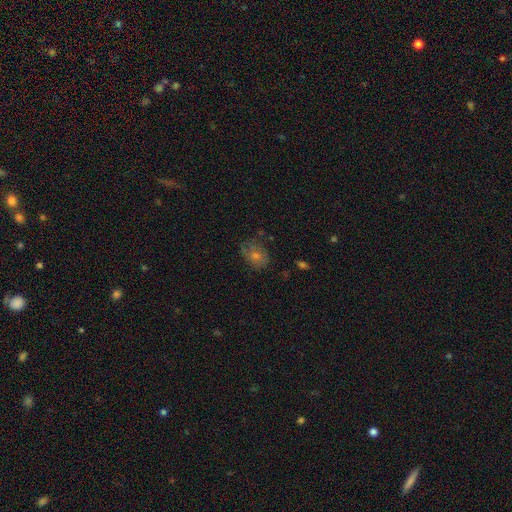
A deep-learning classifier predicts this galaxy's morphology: A smooth galaxy with no disk features (43%).

Vote fractions:
- Smooth or featured? smooth: 43% / featured or disk: 35% / star or artifact: 22%
- Merging? none: 67% / minor disturbance: 21% / major disturbance: 10% / merger: 2%